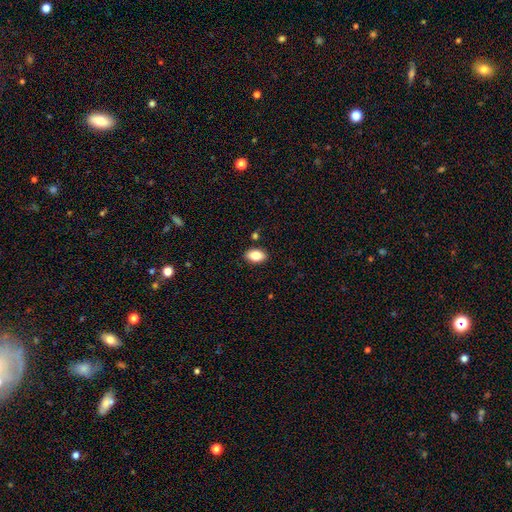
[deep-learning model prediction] This appears to be a smooth galaxy with no disk features (84%) that is in between round and cigar-shaped (91%). Merging: none (87%).